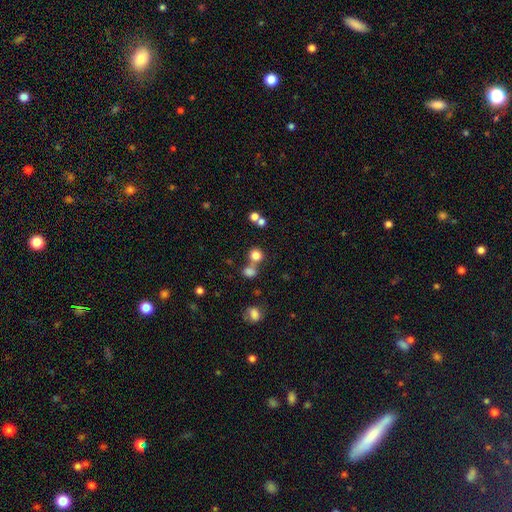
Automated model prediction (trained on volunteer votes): Smooth or featured? Predicted: smooth (p=0.79). How rounded? Predicted: round (p=0.87). Merging? Predicted: none (p=0.55).